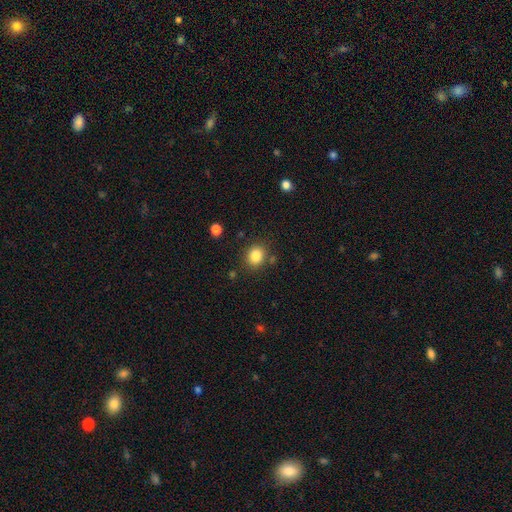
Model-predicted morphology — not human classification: Smooth or featured? Predicted: smooth (p=0.84). How rounded? Predicted: round (p=0.67). Merging? Predicted: none (p=0.82).